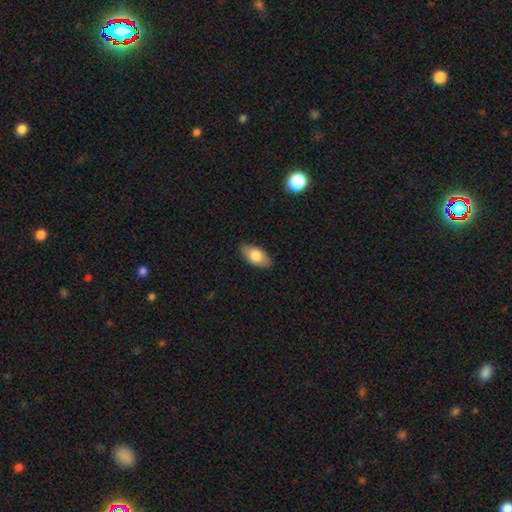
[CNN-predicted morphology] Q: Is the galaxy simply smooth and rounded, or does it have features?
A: smooth — 78%.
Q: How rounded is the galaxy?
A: in between — 91%.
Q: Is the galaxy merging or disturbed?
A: none — 87%.